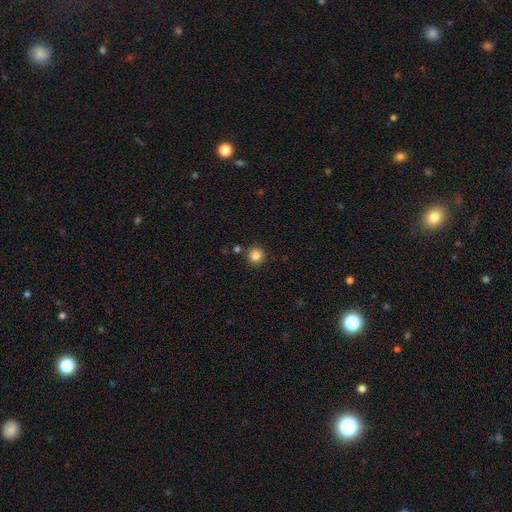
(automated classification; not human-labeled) This appears to be a smooth galaxy with no disk features (85%) that is round (94%). Merging: none (87%).